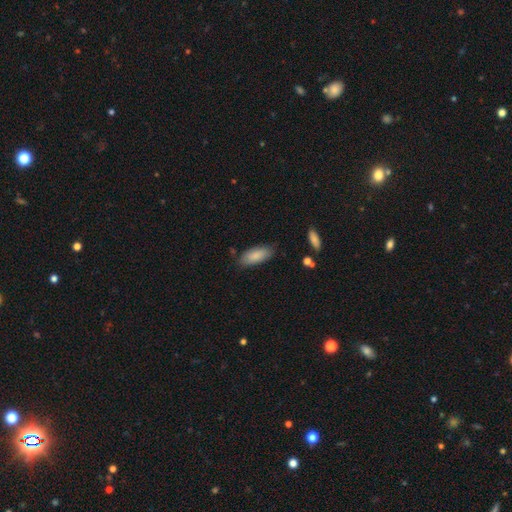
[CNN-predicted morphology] Q: Smooth or featured?
A: smooth (85%); runner-up: featured or disk (9%)
Q: How rounded?
A: in between (82%); runner-up: cigar-shaped (17%)
Q: Merging?
A: none (80%); runner-up: minor disturbance (15%)